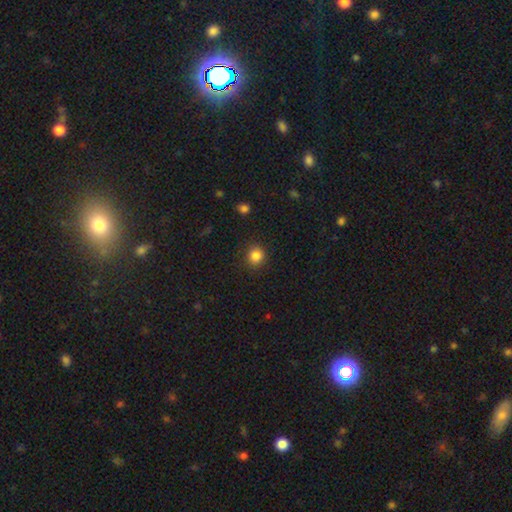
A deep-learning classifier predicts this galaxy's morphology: This appears to be a smooth galaxy with no disk features (85%) that is round (87%). Merging: none (90%).